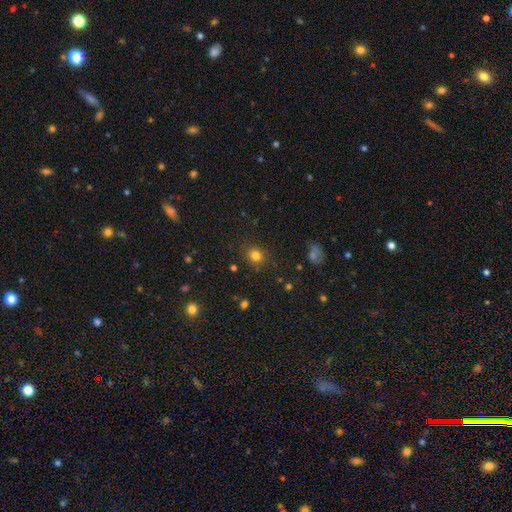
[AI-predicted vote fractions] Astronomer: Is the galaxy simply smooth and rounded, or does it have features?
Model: smooth — 80%.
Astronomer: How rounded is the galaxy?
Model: round — 79%.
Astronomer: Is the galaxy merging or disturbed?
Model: none — 84%.